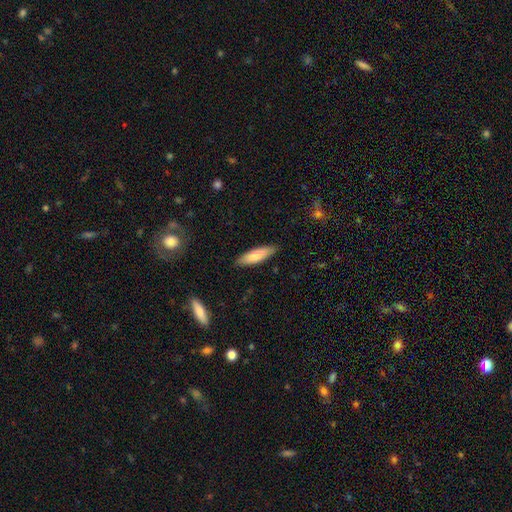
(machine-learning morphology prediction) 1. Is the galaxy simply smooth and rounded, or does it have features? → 81% smooth, 13% featured or disk, 6% star or artifact.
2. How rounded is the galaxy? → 59% cigar-shaped, 40% in between, 1% round.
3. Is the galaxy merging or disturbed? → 86% none, 10% minor disturbance, 2% major disturbance, 1% merger.